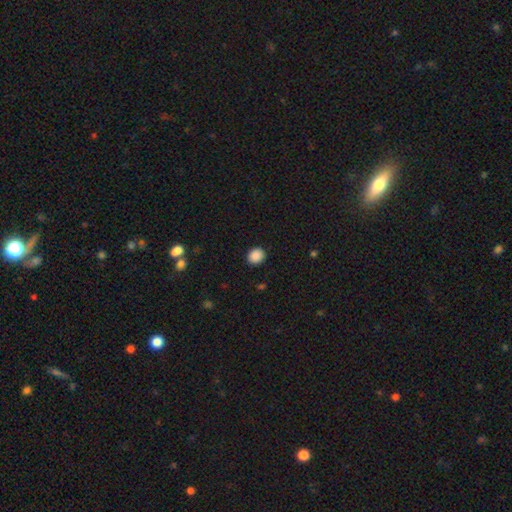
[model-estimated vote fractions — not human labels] Q: Smooth or featured?
A: smooth (88%); runner-up: star or artifact (9%)
Q: How rounded?
A: round (70%); runner-up: in between (29%)
Q: Merging?
A: none (90%); runner-up: minor disturbance (7%)